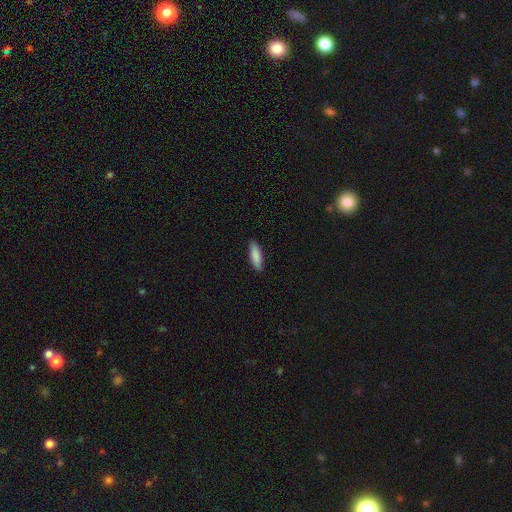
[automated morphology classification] This appears to be a smooth galaxy with no disk features (86%) that is cigar-shaped (49%, tied with in between). Merging: none (86%).